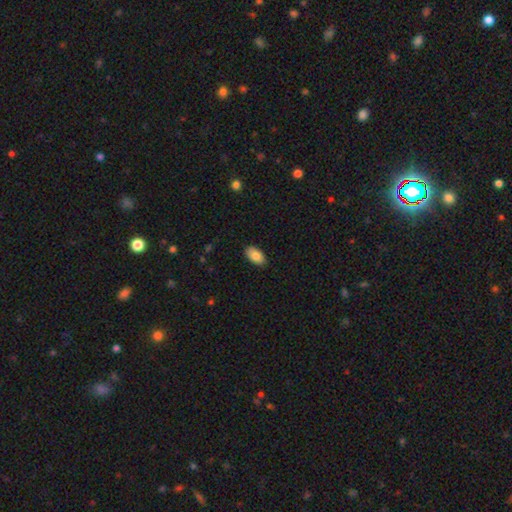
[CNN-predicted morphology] Smooth or featured?
  - smooth: 85% *
  - featured or disk: 8%
  - star or artifact: 7%
How rounded?
  - in between: 94% *
  - round: 4%
  - cigar-shaped: 2%
Merging?
  - none: 87% *
  - minor disturbance: 10%
  - major disturbance: 2%
  - merger: 1%